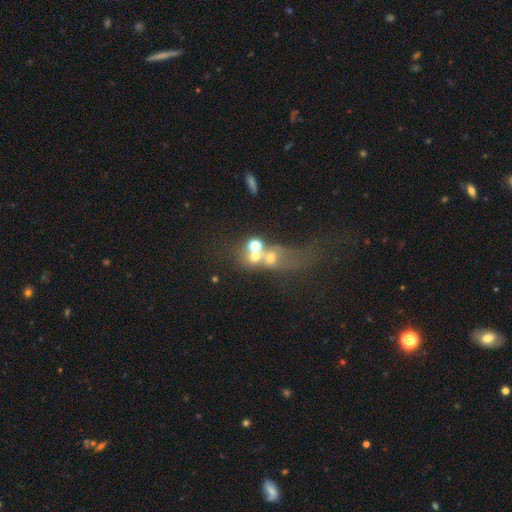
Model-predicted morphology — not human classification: A smooth galaxy with no disk features (43%). Merging: merger (52%).